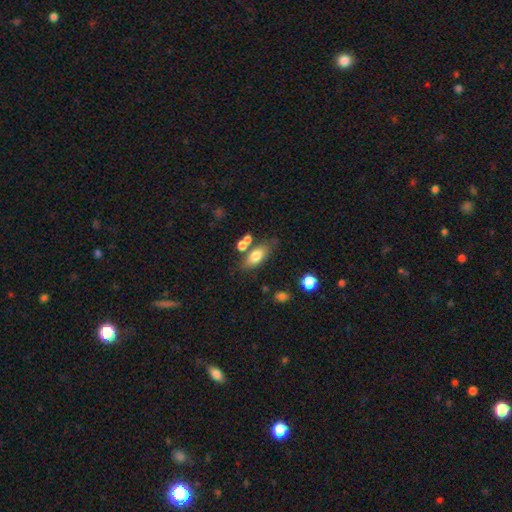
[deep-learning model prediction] Smooth or featured? Predicted: smooth (p=0.75). How rounded? Predicted: in between (p=0.82). Merging? Predicted: none (p=0.62).